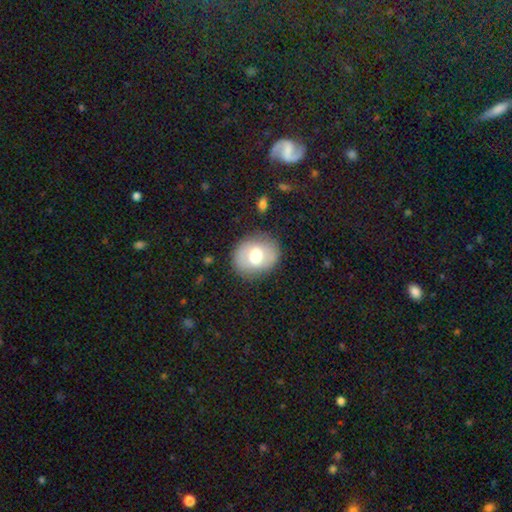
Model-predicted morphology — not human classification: Smooth or featured? Predicted: smooth (p=0.63). How rounded? Predicted: round (p=0.56). Merging? Predicted: none (p=0.82).